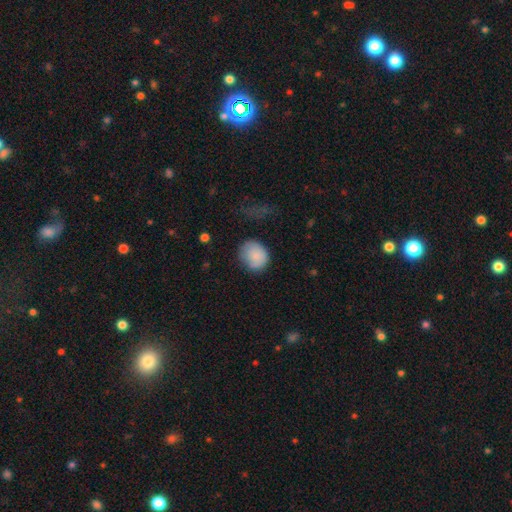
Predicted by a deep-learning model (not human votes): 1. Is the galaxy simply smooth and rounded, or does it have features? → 85% smooth, 8% featured or disk, 7% star or artifact.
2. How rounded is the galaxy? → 66% round, 33% in between, 1% cigar-shaped.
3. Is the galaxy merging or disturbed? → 65% none, 25% minor disturbance, 8% major disturbance, 2% merger.